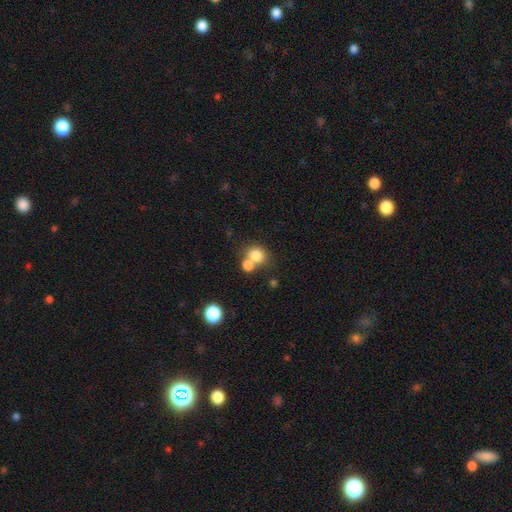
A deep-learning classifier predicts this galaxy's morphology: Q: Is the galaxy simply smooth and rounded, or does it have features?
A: smooth — 80%.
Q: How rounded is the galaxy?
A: round — 70%.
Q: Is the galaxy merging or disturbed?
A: none — 46%.